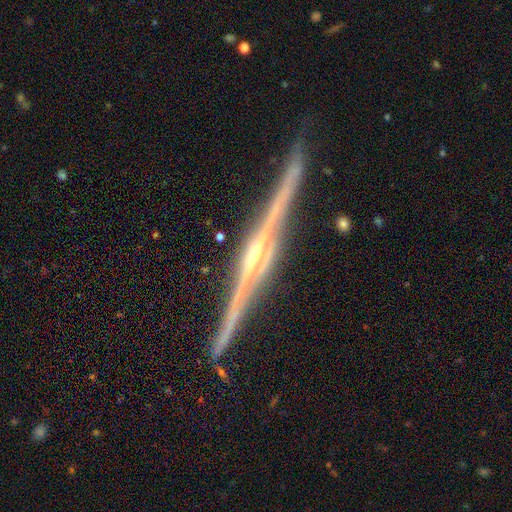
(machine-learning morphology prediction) featured or disk 90%, star or artifact 6%, smooth 4%. Down the decision tree: edge-on disk — yes (98%); edge-on bulge — rounded (75%); merging — none (89%).